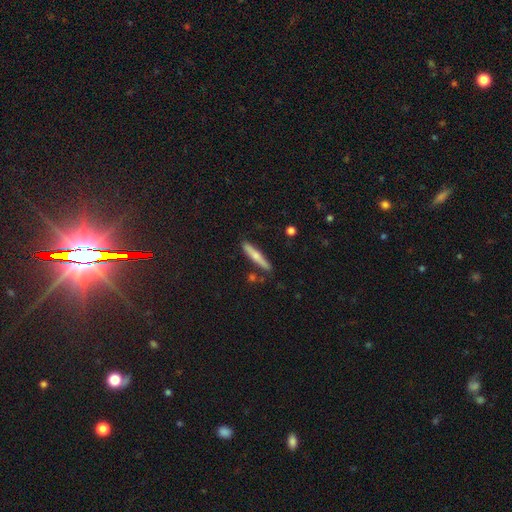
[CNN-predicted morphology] This appears to be a smooth galaxy with no disk features (57%) that is cigar-shaped (91%). Merging: none (84%).